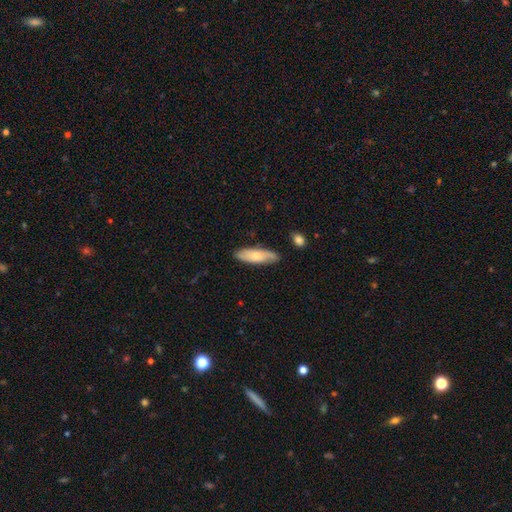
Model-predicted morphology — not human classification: smooth-or-featured: smooth: 65% | featured or disk: 29% | star or artifact: 6%
  how-rounded: in between: 52% | cigar-shaped: 46% | round: 2%
  merging: none: 82% | minor disturbance: 14% | major disturbance: 2% | merger: 2%